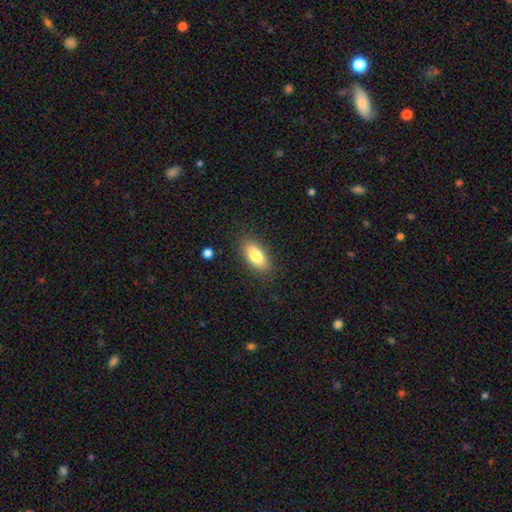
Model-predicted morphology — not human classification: The model was most divided on "smooth or featured": smooth: 83%, featured or disk: 10%, star or artifact: 7%. More confident: merging — none (86%); how rounded — in between (85%).